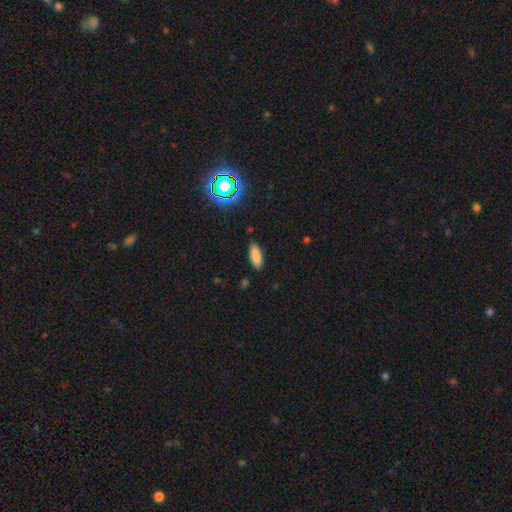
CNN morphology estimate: Overall: smooth (85%). How rounded: in between (79%). Merging: none (87%).